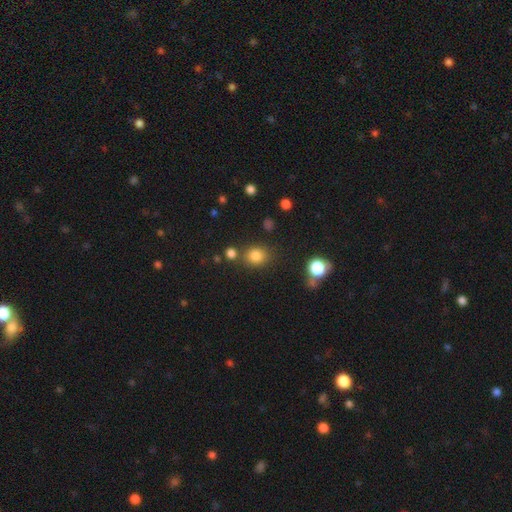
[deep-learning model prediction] Morphology: type=smooth (82%); roundness=round (70%); merging=none (75%).